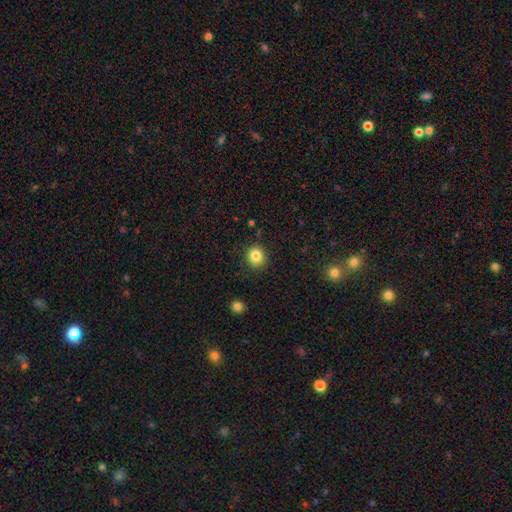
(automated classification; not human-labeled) Morphology: type=smooth (83%); roundness=round (82%); merging=none (87%).